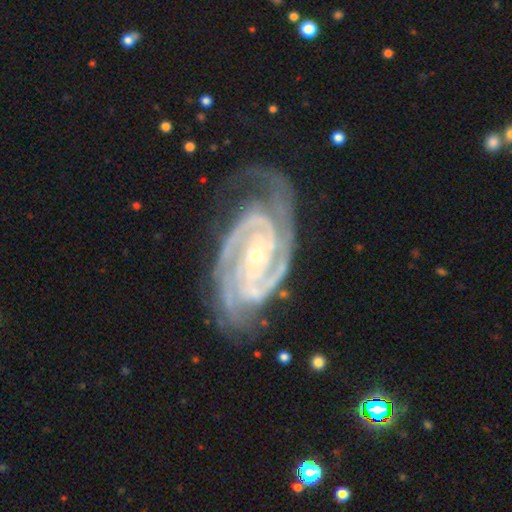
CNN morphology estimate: A featured or disk galaxy (94%) with no bar (51%), 2 (48%) tight (73%) spiral arms (99%) and a small central bulge (77%). Merging: none (70%).